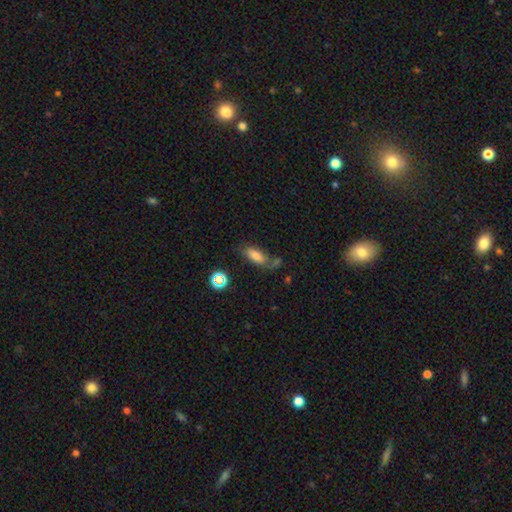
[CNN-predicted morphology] smooth 69%, featured or disk 18%, star or artifact 13%. Down the decision tree: how rounded — in between (79%); merging — none (44%).